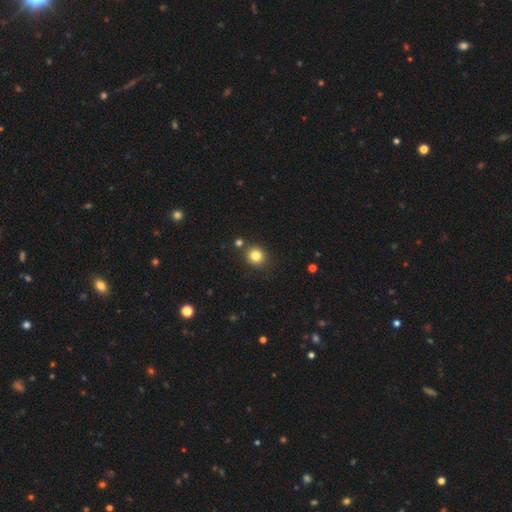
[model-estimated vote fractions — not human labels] This appears to be a smooth galaxy with no disk features (82%) that is round (84%). Merging: none (83%).